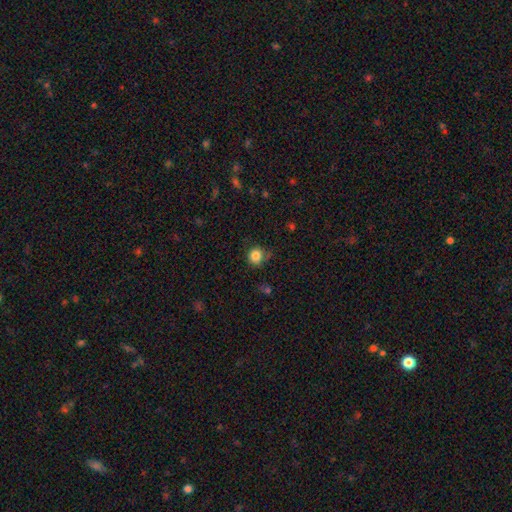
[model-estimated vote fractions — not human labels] smooth 84%, star or artifact 11%, featured or disk 5%. Down the decision tree: how rounded — round (88%); merging — none (75%).